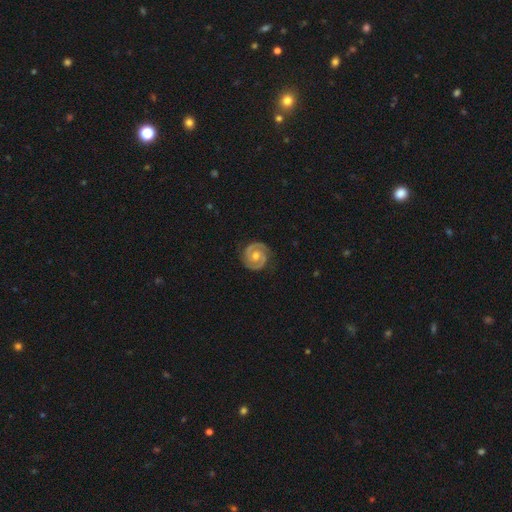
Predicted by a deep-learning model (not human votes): The model was most divided on "bar": no: 62%, weak: 30%, strong: 8%. More confident: edge-on disk — no (98%); spiral arms — yes (98%); spiral arm count — 2 (93%); smooth or featured — featured or disk (89%); merging — none (88%); bulge size — moderate (73%); spiral winding — tight (64%).